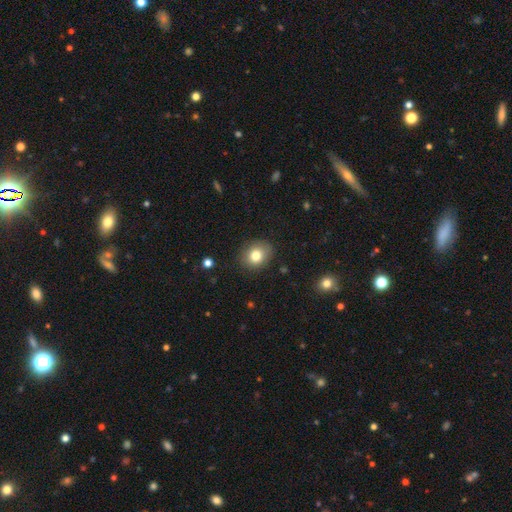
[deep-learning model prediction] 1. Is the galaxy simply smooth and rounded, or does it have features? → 80% smooth, 10% star or artifact, 10% featured or disk.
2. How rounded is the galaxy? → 63% round, 36% in between, 1% cigar-shaped.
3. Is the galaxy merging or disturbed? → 84% none, 12% minor disturbance, 3% major disturbance, 1% merger.